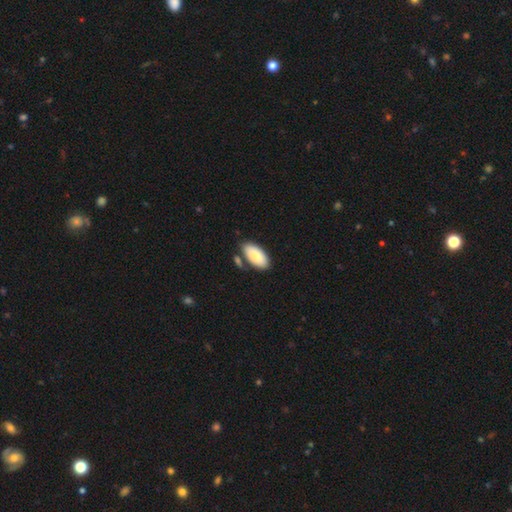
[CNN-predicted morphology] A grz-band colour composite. It shows a smooth galaxy with no disk features (83%) that is in between round and cigar-shaped (94%). Merging: none (71%).